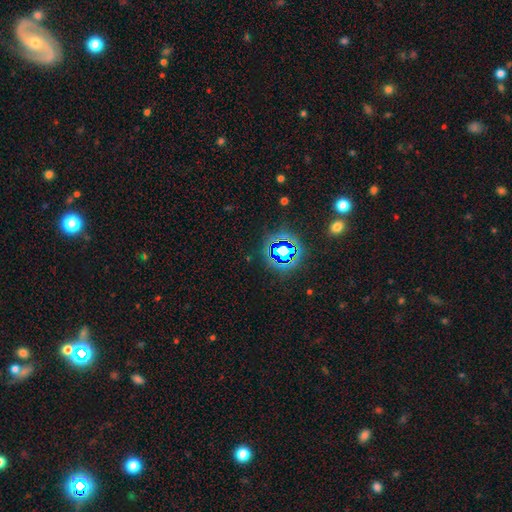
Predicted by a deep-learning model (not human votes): star or artifact 75%, smooth 16%, featured or disk 9%.